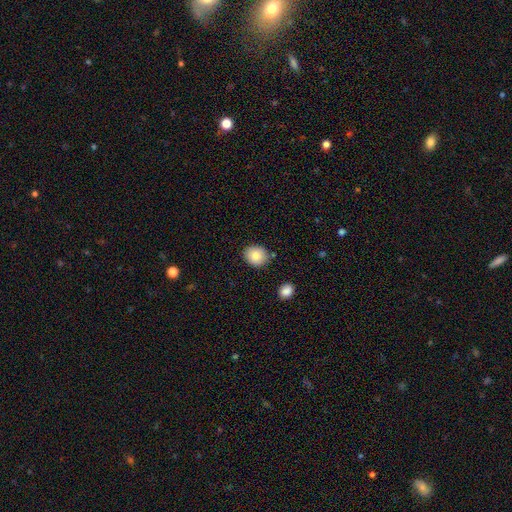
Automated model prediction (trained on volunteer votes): smooth_or_featured: smooth (p=0.84) [alt: star or artifact p=0.09]
how_rounded: round (p=0.75) [alt: in between p=0.24]
merging: none (p=0.83) [alt: minor disturbance p=0.11]